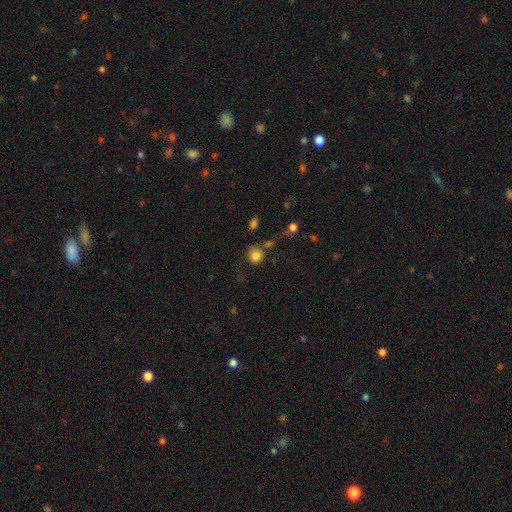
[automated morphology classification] Smooth or featured? Predicted: smooth (p=0.81). How rounded? Predicted: round (p=0.85). Merging? Predicted: none (p=0.58).